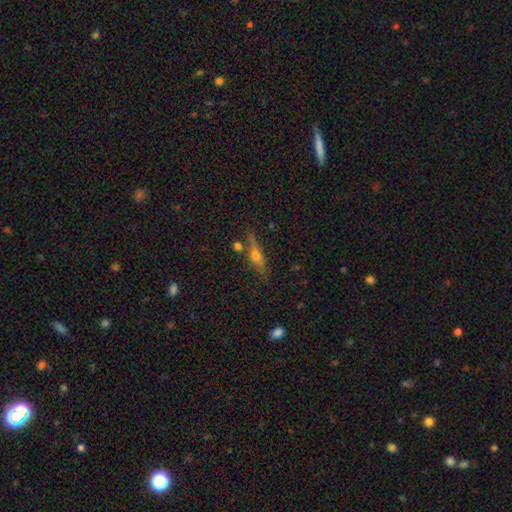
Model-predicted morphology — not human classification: Smooth or featured?
  - smooth: 46% *
  - featured or disk: 44%
  - star or artifact: 10%
Merging?
  - none: 67% *
  - minor disturbance: 17%
  - merger: 11%
  - major disturbance: 5%